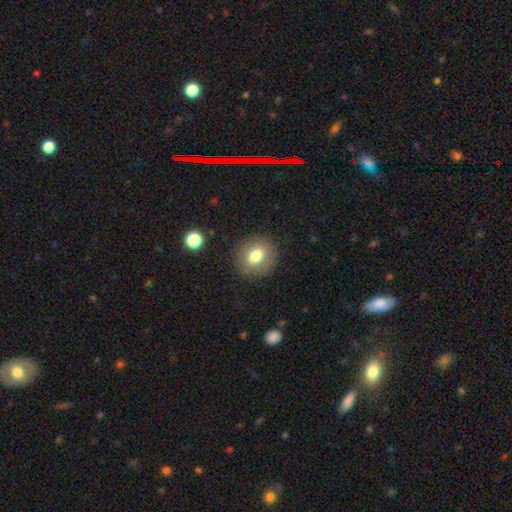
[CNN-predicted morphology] Smooth or featured?
  - smooth: 75% *
  - featured or disk: 15%
  - star or artifact: 10%
How rounded?
  - round: 68% *
  - in between: 30%
  - cigar-shaped: 1%
Merging?
  - none: 85% *
  - minor disturbance: 11%
  - major disturbance: 4%
  - merger: 1%